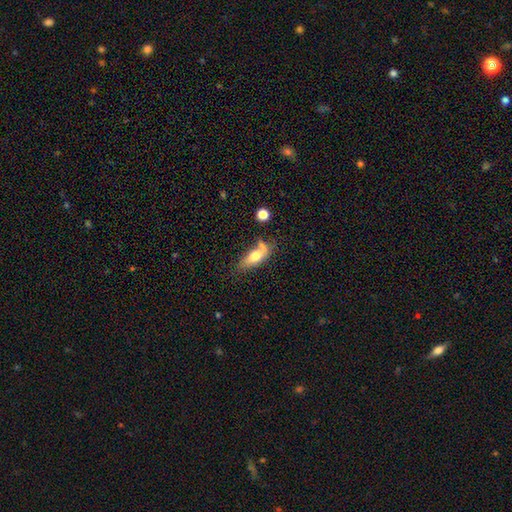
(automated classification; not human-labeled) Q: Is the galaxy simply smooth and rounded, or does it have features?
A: smooth — 65%.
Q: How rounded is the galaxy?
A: in between — 74%.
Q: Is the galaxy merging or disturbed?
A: none — 43%.